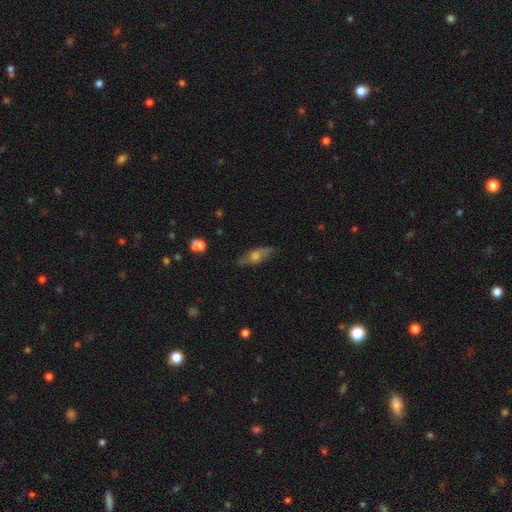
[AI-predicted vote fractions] Morphology: type=featured or disk (52%); edge-on=yes (65%); merging=none (78%).